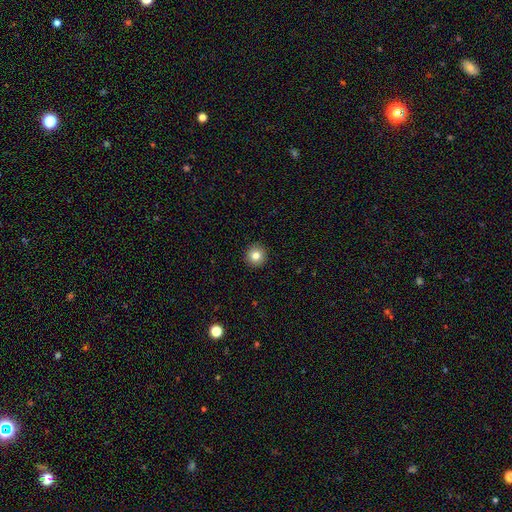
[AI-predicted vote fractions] smooth 82%, star or artifact 11%, featured or disk 7%. Down the decision tree: how rounded — round (95%); merging — none (93%).